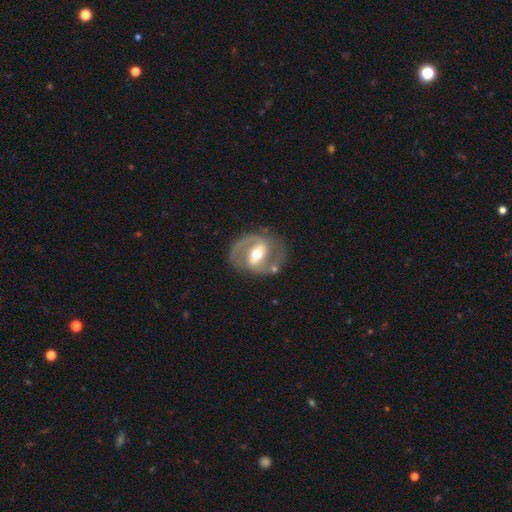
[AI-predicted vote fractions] A featured or disk galaxy (81%) with a strong bar (49%), 2 (84%) medium (51%) spiral arms (79%) and a moderate central bulge (71%).

Vote fractions:
- Smooth or featured? featured or disk: 81% / smooth: 13% / star or artifact: 5%
- Edge-on disk? no: 96% / yes: 4%
- Bar? strong: 49% / weak: 34% / no: 18%
- Spiral arms? yes: 79% / no: 21%
- Spiral winding? medium: 51% / tight: 30% / loose: 20%
- Spiral arm count? 2: 84% / can't tell: 7% / 1: 6% / 3: 1% / 4: 1% / more than 4: 1%
- Bulge size? moderate: 71% / small: 17% / large: 9% / dominant: 1% / none: 1%
- Merging? none: 74% / minor disturbance: 14% / major disturbance: 8% / merger: 4%